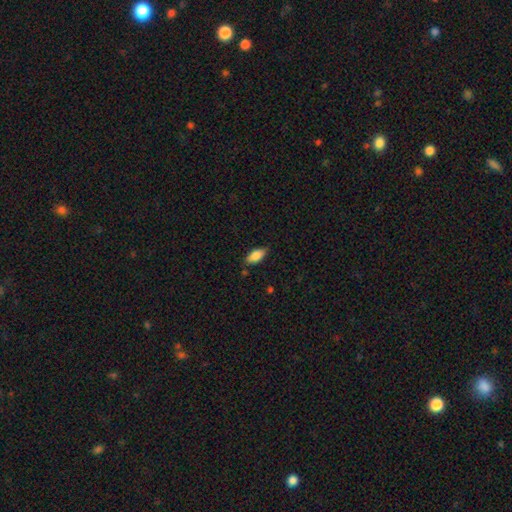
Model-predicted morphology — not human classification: smooth 84%, featured or disk 10%, star or artifact 7%. Down the decision tree: how rounded — in between (89%); merging — none (81%).